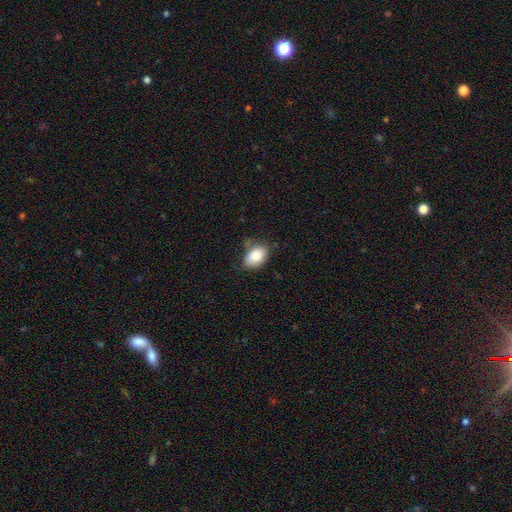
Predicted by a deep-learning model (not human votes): Q: Smooth or featured?
A: smooth (85%); runner-up: featured or disk (8%)
Q: How rounded?
A: in between (86%); runner-up: round (12%)
Q: Merging?
A: none (65%); runner-up: minor disturbance (26%)